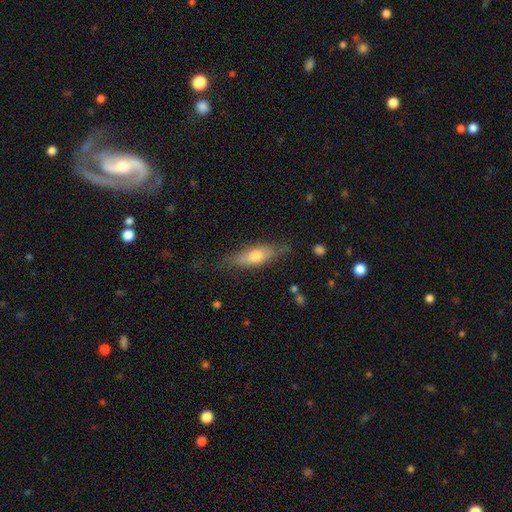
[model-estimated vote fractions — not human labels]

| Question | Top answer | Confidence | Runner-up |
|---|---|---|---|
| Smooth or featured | smooth | 59% | featured or disk (35%) |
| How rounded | in between | 55% | cigar-shaped (42%) |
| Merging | none | 67% | minor disturbance (23%) |